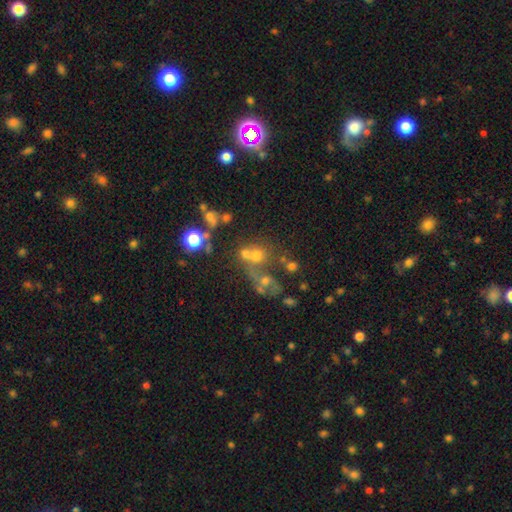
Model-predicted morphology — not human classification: Smooth or featured?
  - smooth: 51% *
  - star or artifact: 25%
  - featured or disk: 23%
How rounded?
  - round: 77% *
  - in between: 22%
  - cigar-shaped: 2%
Merging?
  - merger: 44% *
  - none: 37%
  - major disturbance: 9%
  - minor disturbance: 9%